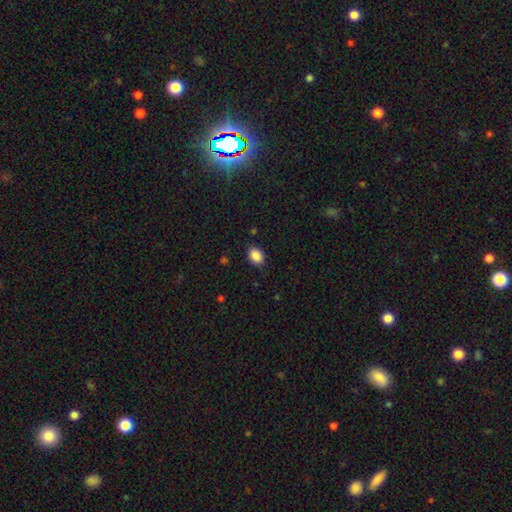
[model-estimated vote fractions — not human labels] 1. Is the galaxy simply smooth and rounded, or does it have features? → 88% smooth, 9% star or artifact, 3% featured or disk.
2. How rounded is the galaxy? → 74% in between, 25% round, 1% cigar-shaped.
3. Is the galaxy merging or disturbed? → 86% none, 10% minor disturbance, 3% major disturbance, 1% merger.